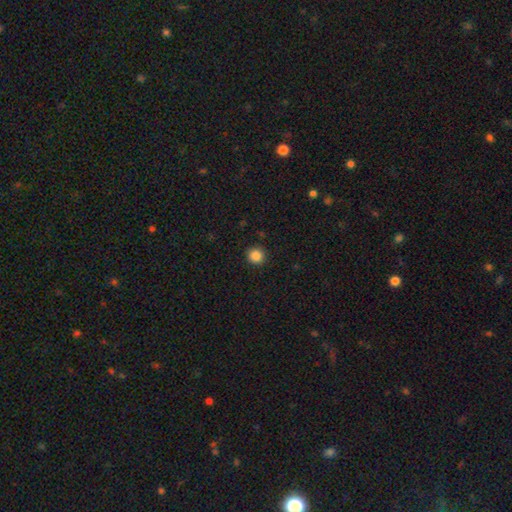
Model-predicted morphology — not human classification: Smooth or featured?
  - smooth: 86% *
  - star or artifact: 10%
  - featured or disk: 3%
How rounded?
  - round: 93% *
  - in between: 6%
  - cigar-shaped: 1%
Merging?
  - none: 92% *
  - minor disturbance: 5%
  - major disturbance: 2%
  - merger: 1%